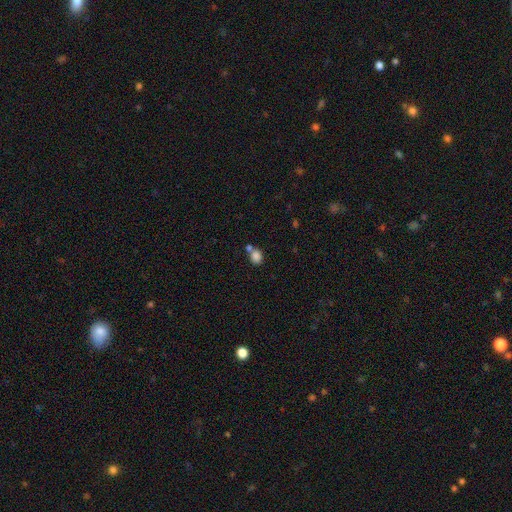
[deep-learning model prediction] smooth_or_featured: smooth (p=0.83) [alt: star or artifact p=0.11]
how_rounded: round (p=0.55) [alt: in between p=0.44]
merging: none (p=0.50) [alt: merger p=0.35]